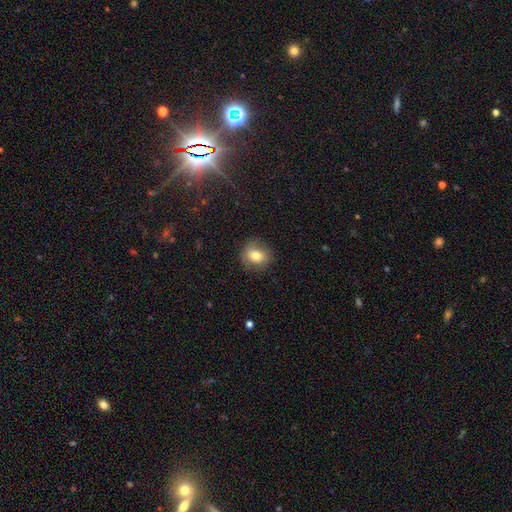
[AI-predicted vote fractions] Overall: smooth (71%). How rounded: round (79%). Merging: none (79%).